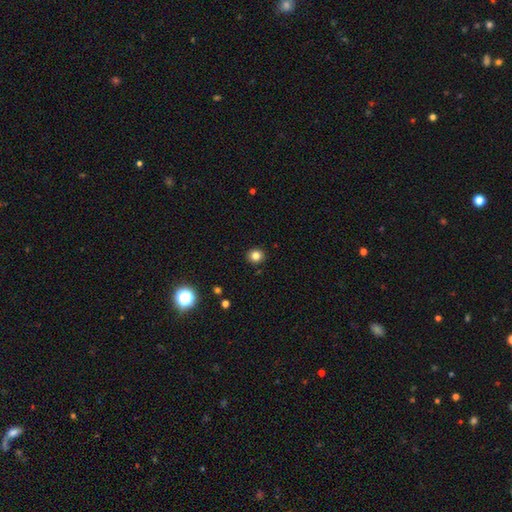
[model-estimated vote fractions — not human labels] A smooth galaxy with no disk features (81%) that is round (90%). Merging: none (92%).